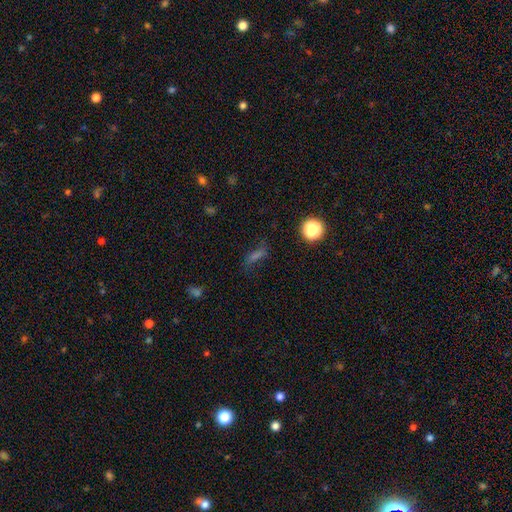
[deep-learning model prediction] Q: Smooth or featured?
A: smooth (47%); runner-up: star or artifact (31%)
Q: Merging?
A: none (68%); runner-up: minor disturbance (18%)